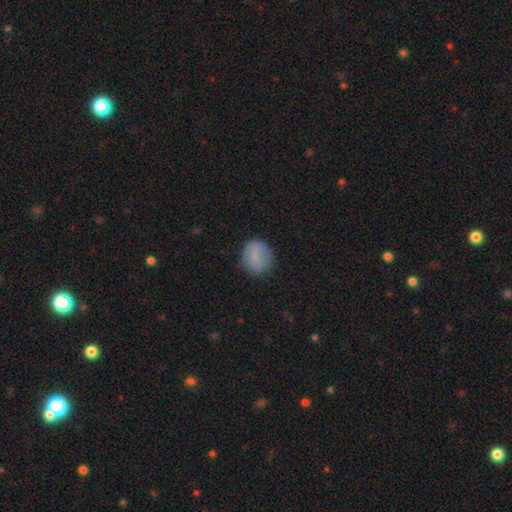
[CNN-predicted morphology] The model was most divided on "how rounded": round: 75%, in between: 24%, cigar-shaped: 1%. More confident: merging — none (82%); smooth or featured — smooth (80%).